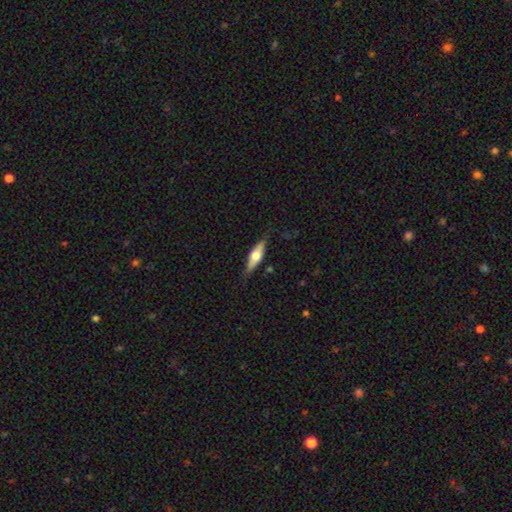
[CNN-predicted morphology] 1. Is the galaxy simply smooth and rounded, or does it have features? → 52% featured or disk, 43% smooth, 6% star or artifact.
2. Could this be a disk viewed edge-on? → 91% yes, 9% no.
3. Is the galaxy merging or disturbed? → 80% none, 15% minor disturbance, 4% major disturbance, 2% merger.